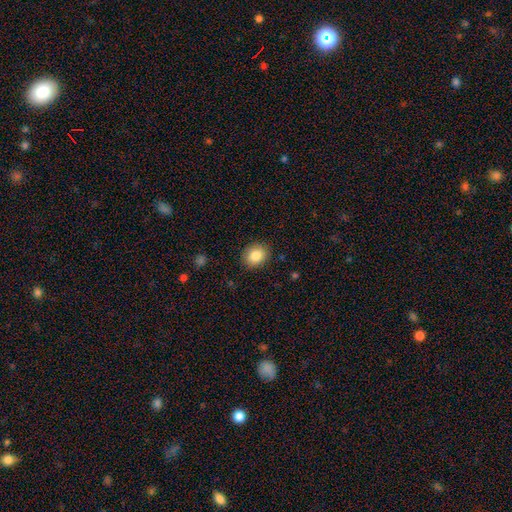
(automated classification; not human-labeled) Smooth or featured: smooth — 84% (star or artifact — 9%)
How rounded: round — 60% (in between — 39%)
Merging: none — 88% (minor disturbance — 9%)